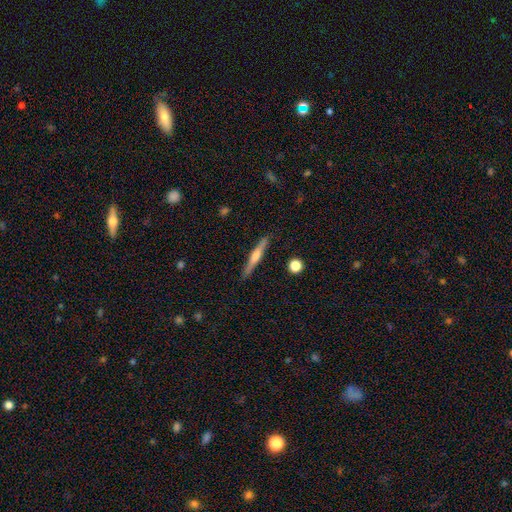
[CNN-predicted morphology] featured or disk 61%, smooth 33%, star or artifact 6%. Down the decision tree: edge-on disk — yes (97%); edge-on bulge — rounded (77%); merging — none (89%).